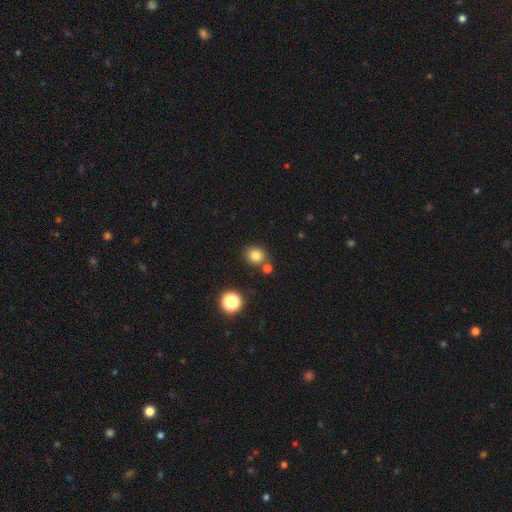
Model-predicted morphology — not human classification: A smooth galaxy with no disk features (81%) that is round (78%). Merging: none (74%).